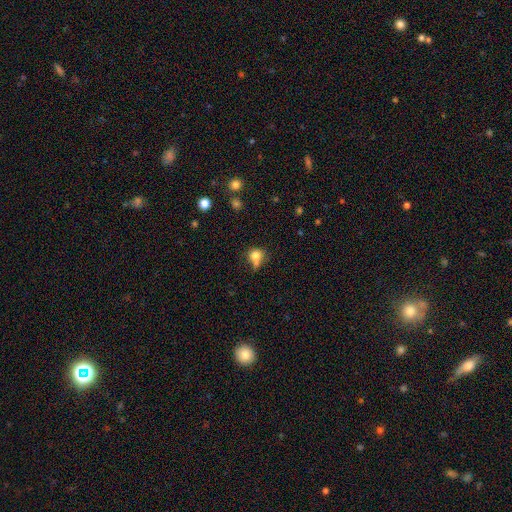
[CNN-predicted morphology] type=smooth (78%); roundness=round (75%); merging=none (44%).